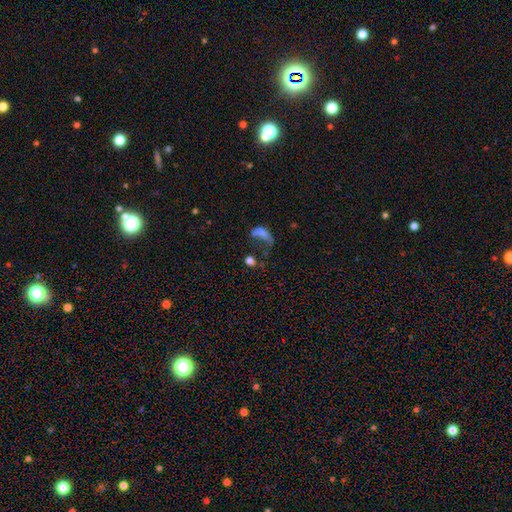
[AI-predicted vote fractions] A star or artifact, not a galaxy (47%).